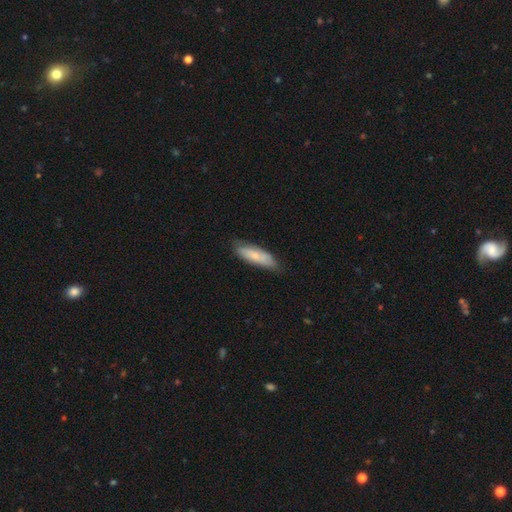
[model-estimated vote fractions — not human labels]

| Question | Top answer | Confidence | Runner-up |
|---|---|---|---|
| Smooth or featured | smooth | 67% | featured or disk (27%) |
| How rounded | in between | 50% | cigar-shaped (48%) |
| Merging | none | 74% | minor disturbance (21%) |